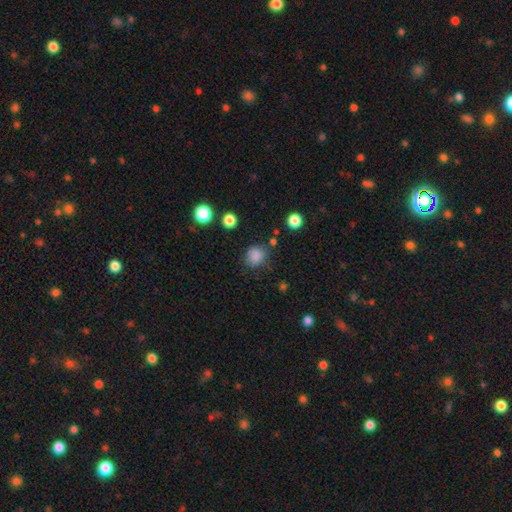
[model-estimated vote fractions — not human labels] Smooth or featured? Predicted: smooth (p=0.83). How rounded? Predicted: round (p=0.77). Merging? Predicted: none (p=0.75).